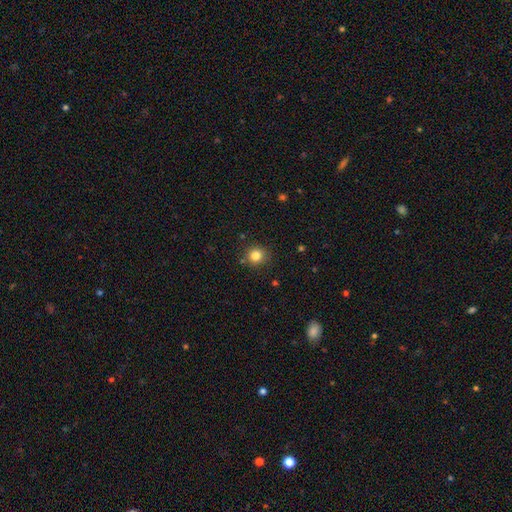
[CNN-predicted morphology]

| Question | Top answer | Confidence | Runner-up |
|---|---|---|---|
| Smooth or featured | smooth | 83% | star or artifact (12%) |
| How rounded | round | 89% | in between (10%) |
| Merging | none | 86% | minor disturbance (8%) |